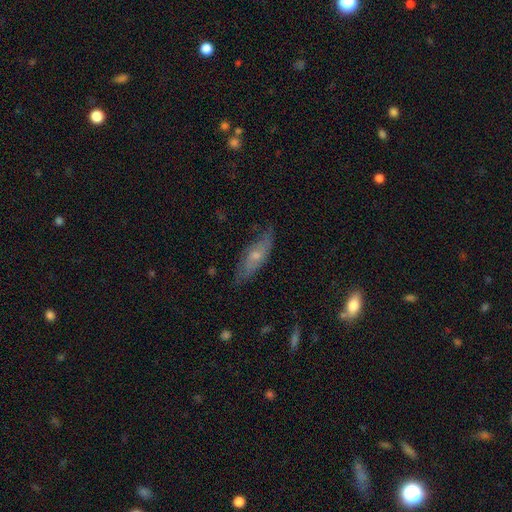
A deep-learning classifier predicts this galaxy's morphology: type=featured or disk (50%); edge-on=no (61%); merging=none (70%).